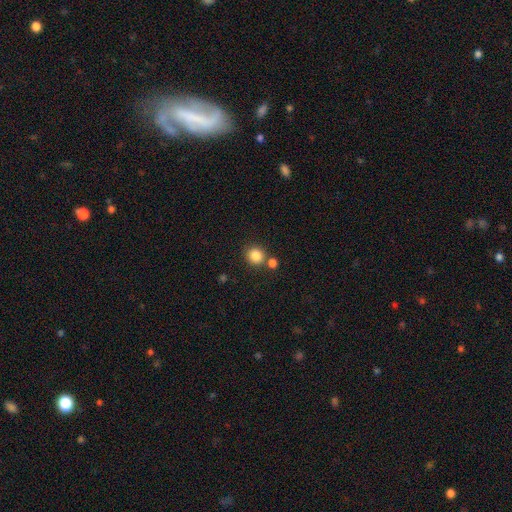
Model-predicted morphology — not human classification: Smooth or featured?
  - smooth: 84% *
  - star or artifact: 11%
  - featured or disk: 5%
How rounded?
  - round: 88% *
  - in between: 11%
  - cigar-shaped: 1%
Merging?
  - none: 72% *
  - merger: 17%
  - minor disturbance: 8%
  - major disturbance: 3%